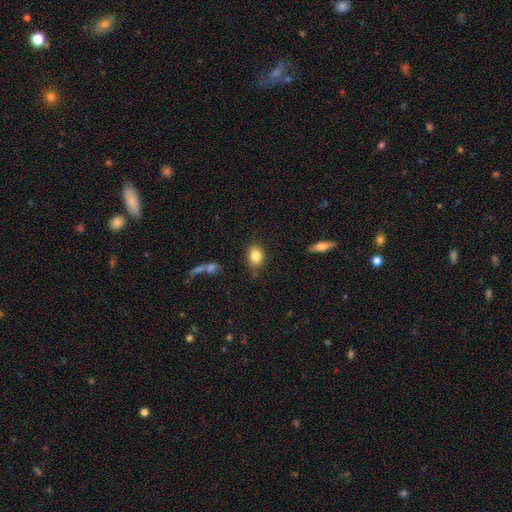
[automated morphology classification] type=smooth (83%); roundness=in between (63%); merging=none (78%).